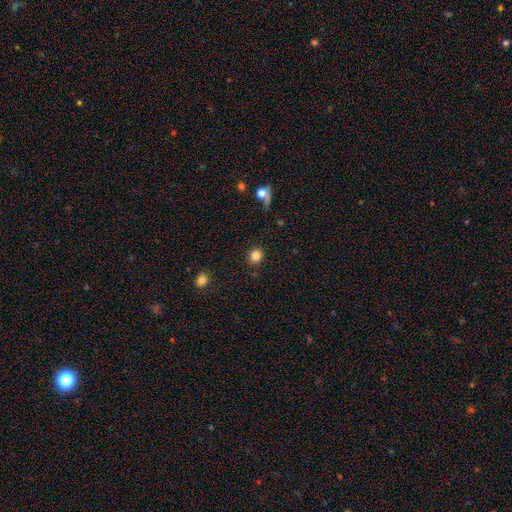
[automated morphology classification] type=smooth (85%); roundness=round (84%); merging=none (88%).